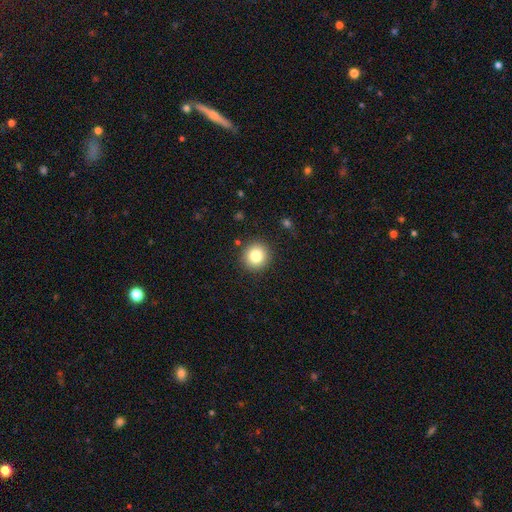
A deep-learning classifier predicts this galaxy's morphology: Smooth or featured? Predicted: smooth (p=0.82). How rounded? Predicted: round (p=0.93). Merging? Predicted: none (p=0.90).